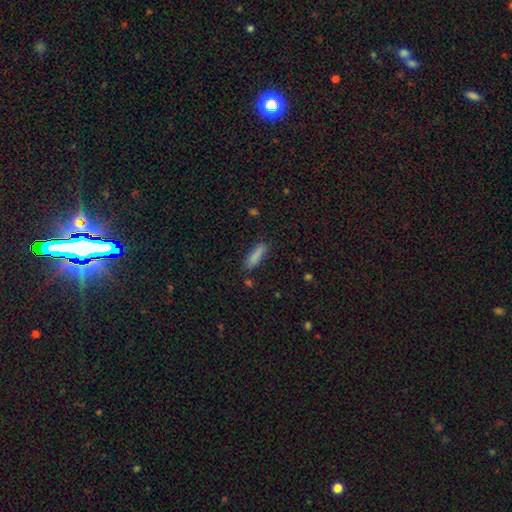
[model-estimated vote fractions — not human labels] Smooth or featured?
  - smooth: 86% *
  - star or artifact: 7%
  - featured or disk: 7%
How rounded?
  - cigar-shaped: 58% *
  - in between: 40%
  - round: 2%
Merging?
  - none: 82% *
  - minor disturbance: 12%
  - major disturbance: 3%
  - merger: 3%